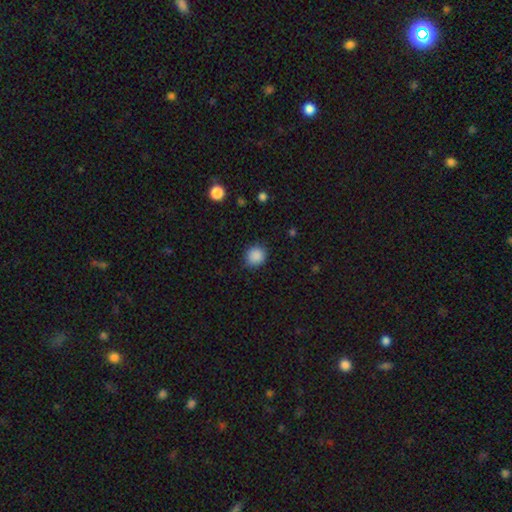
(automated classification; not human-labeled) smooth-or-featured: smooth: 88% | star or artifact: 9% | featured or disk: 3%
  how-rounded: round: 86% | in between: 13% | cigar-shaped: 1%
  merging: none: 84% | minor disturbance: 12% | major disturbance: 3% | merger: 1%